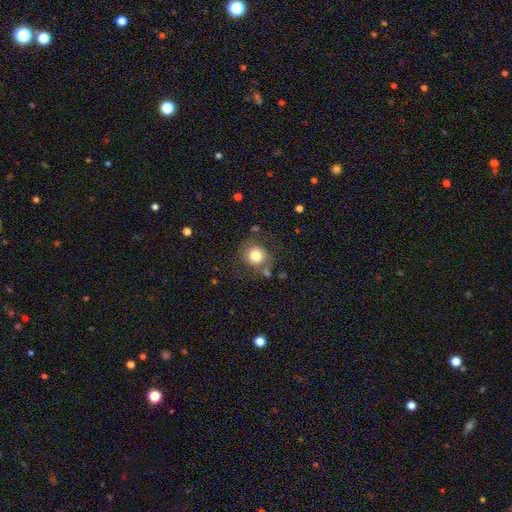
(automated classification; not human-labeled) Smooth or featured: smooth — 78% (featured or disk — 12%)
How rounded: round — 89% (in between — 10%)
Merging: none — 72% (minor disturbance — 15%)